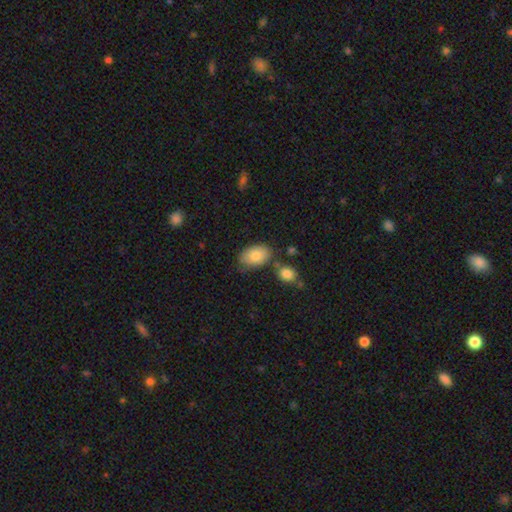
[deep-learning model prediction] The model was most divided on "merging": none: 68%, minor disturbance: 19%, merger: 8%, major disturbance: 5%. More confident: how rounded — in between (90%); smooth or featured — smooth (82%).